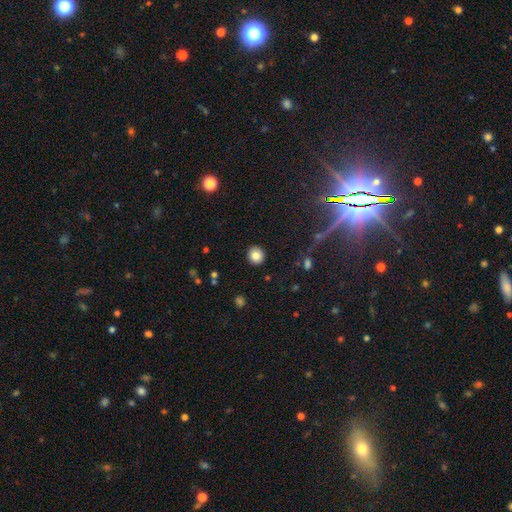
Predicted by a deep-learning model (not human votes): A smooth galaxy with no disk features (82%) that is round (88%). Merging: none (92%).